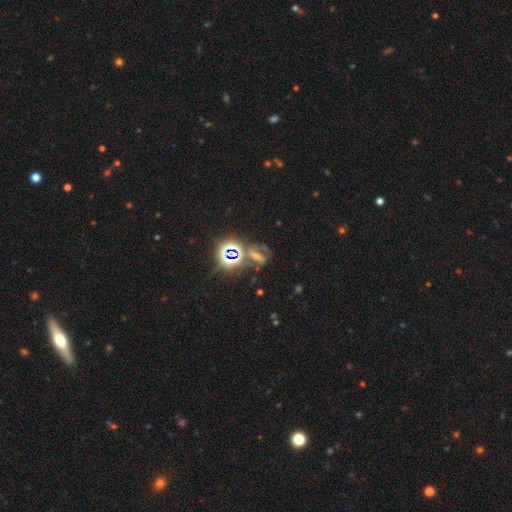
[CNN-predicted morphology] Smooth or featured: star or artifact — 62% (featured or disk — 24%)